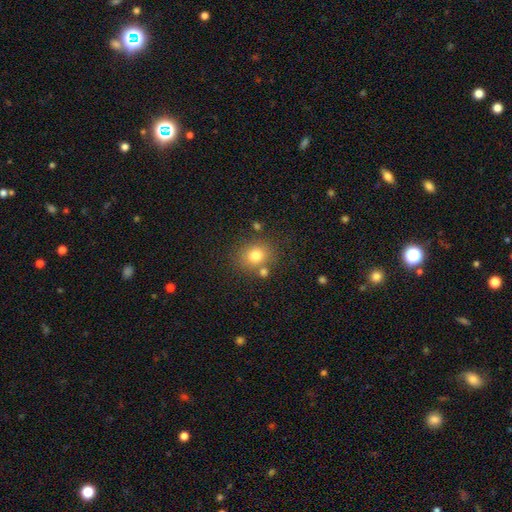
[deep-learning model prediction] smooth-or-featured: smooth: 78% | star or artifact: 12% | featured or disk: 10%
  how-rounded: round: 67% | in between: 32% | cigar-shaped: 1%
  merging: none: 72% | minor disturbance: 12% | merger: 12% | major disturbance: 4%